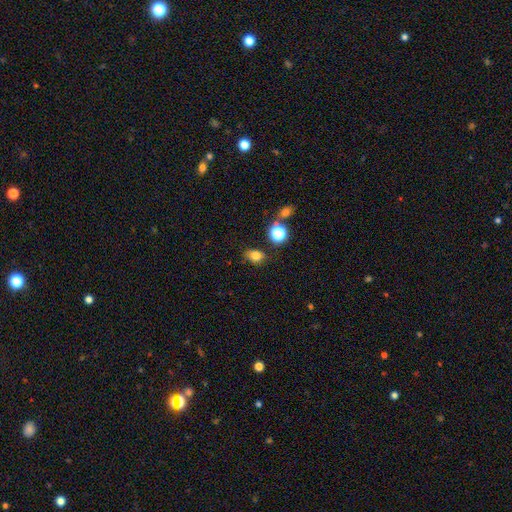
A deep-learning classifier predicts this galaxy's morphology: smooth-or-featured: smooth: 78% | star or artifact: 15% | featured or disk: 7%
  how-rounded: in between: 61% | round: 38% | cigar-shaped: 1%
  merging: none: 76% | minor disturbance: 15% | merger: 5% | major disturbance: 4%